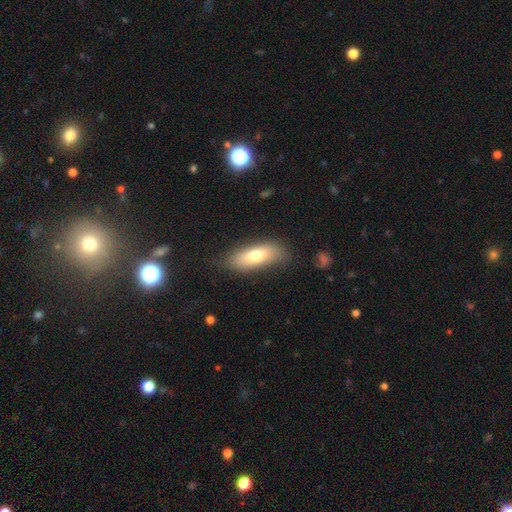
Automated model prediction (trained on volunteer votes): A smooth galaxy with no disk features (70%) that is in between round and cigar-shaped (73%). Merging: none (74%).